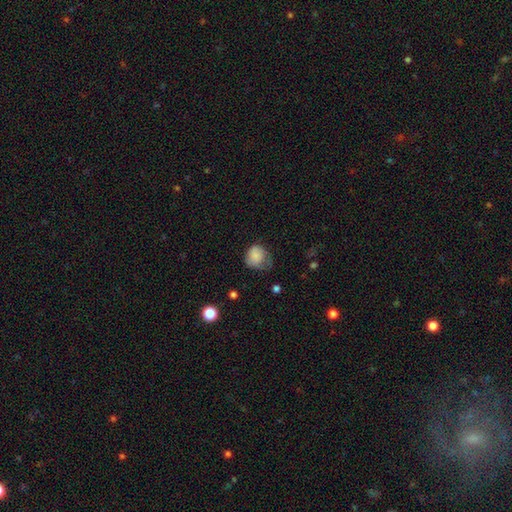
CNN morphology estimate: A smooth galaxy with no disk features (80%) that is round (68%).

Vote fractions:
- Smooth or featured? smooth: 80% / featured or disk: 11% / star or artifact: 9%
- How rounded? round: 68% / in between: 31% / cigar-shaped: 1%
- Merging? none: 39% / minor disturbance: 38% / major disturbance: 21% / merger: 2%